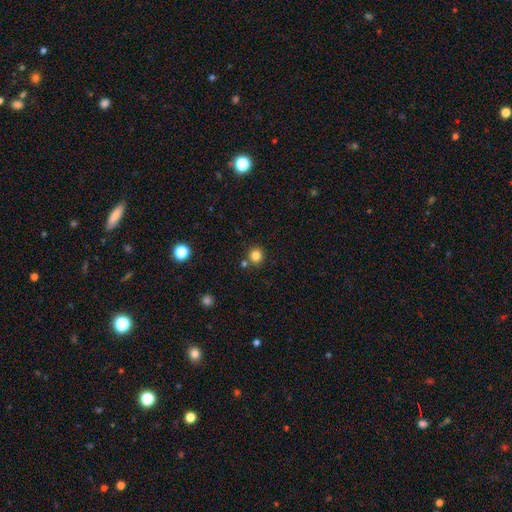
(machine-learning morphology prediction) A smooth galaxy with no disk features (83%) that is round (92%).

Vote fractions:
- Smooth or featured? smooth: 83% / star or artifact: 12% / featured or disk: 5%
- How rounded? round: 92% / in between: 7% / cigar-shaped: 1%
- Merging? none: 81% / merger: 9% / minor disturbance: 7% / major disturbance: 2%